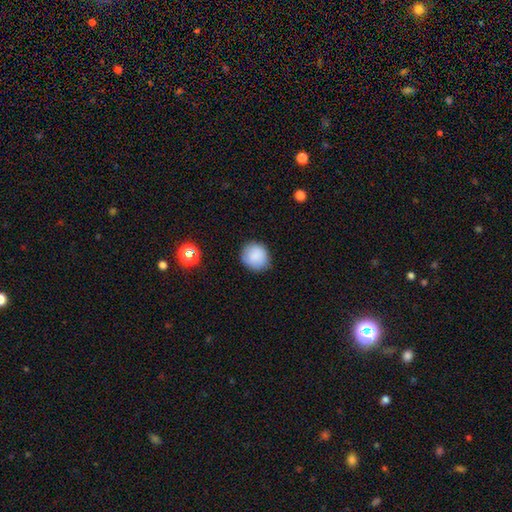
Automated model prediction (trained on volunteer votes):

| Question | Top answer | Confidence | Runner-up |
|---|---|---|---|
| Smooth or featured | smooth | 87% | star or artifact (8%) |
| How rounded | round | 86% | in between (13%) |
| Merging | none | 84% | minor disturbance (12%) |